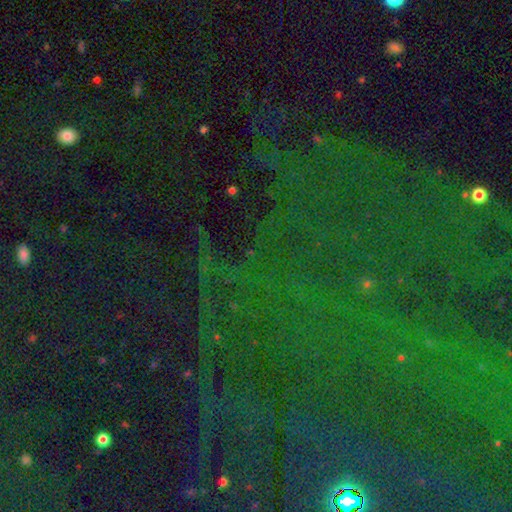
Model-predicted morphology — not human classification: The model was most divided on "smooth or featured": star or artifact: 84%, smooth: 9%, featured or disk: 7%.